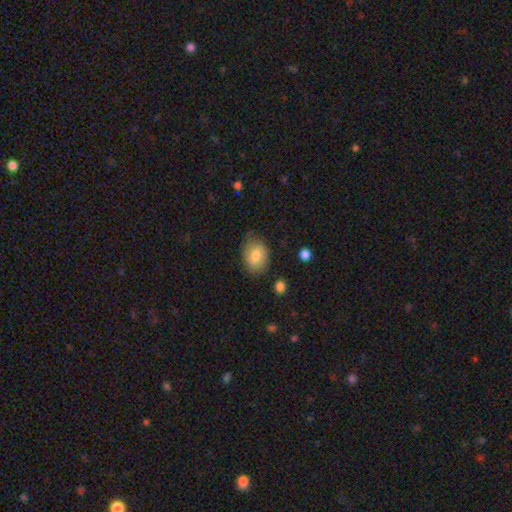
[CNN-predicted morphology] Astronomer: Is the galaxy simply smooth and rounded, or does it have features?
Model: smooth — 79%.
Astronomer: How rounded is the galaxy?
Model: in between — 77%.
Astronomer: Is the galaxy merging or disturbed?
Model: none — 69%.